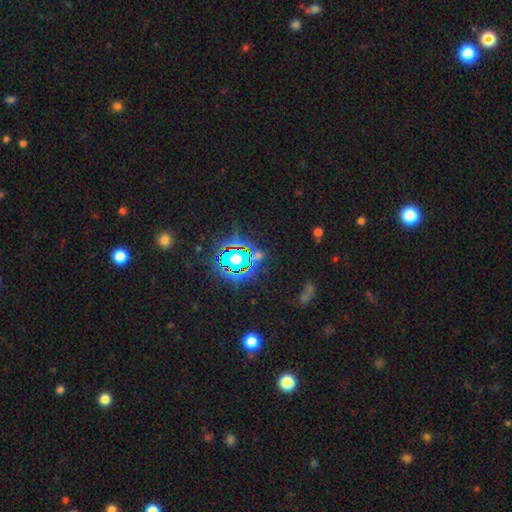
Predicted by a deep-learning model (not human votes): Overall: star or artifact (78%).